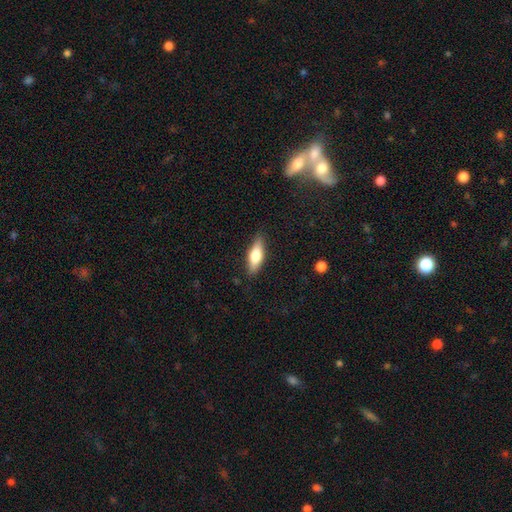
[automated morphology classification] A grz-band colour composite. It shows a smooth galaxy with no disk features (69%) that is in between round and cigar-shaped (61%). Merging: none (85%).